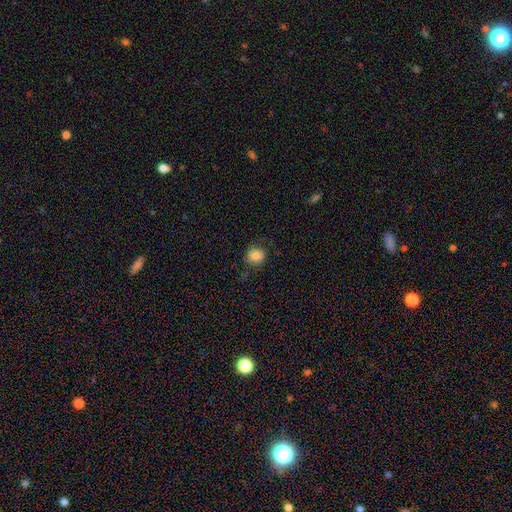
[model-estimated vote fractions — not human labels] A smooth galaxy with no disk features (78%) that is round (79%). Merging: none (71%).